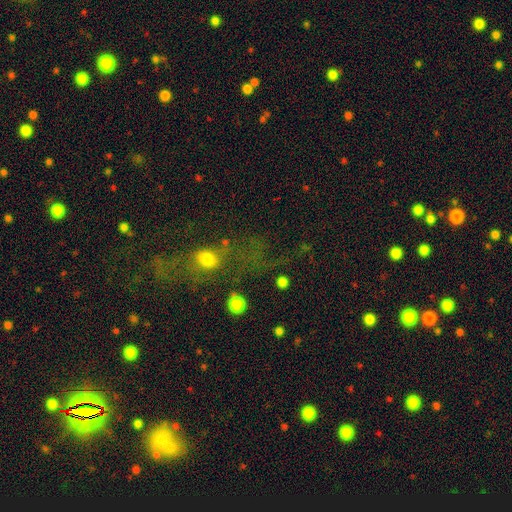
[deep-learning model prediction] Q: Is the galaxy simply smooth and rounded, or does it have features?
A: smooth — 38%.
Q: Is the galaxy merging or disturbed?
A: none — 51%.